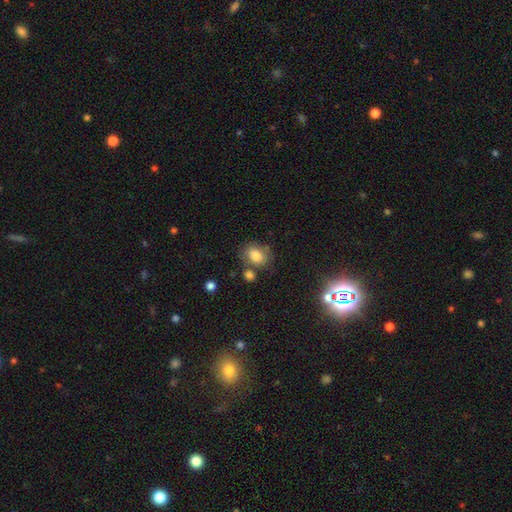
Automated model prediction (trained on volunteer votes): Q: Smooth or featured?
A: smooth (80%); runner-up: featured or disk (10%)
Q: How rounded?
A: in between (61%); runner-up: round (38%)
Q: Merging?
A: none (62%); runner-up: minor disturbance (18%)